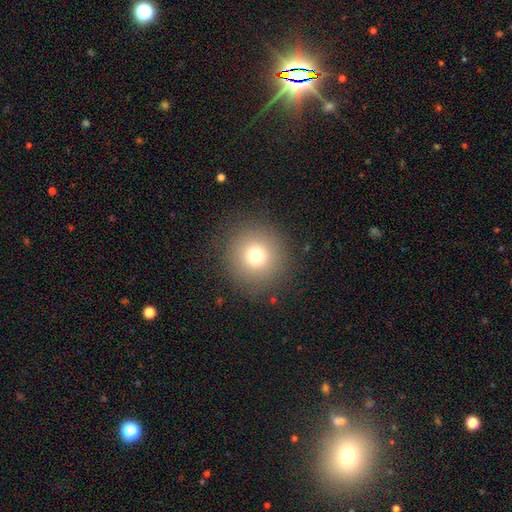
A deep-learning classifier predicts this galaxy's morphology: Smooth or featured?
  - smooth: 74% *
  - star or artifact: 16%
  - featured or disk: 11%
How rounded?
  - round: 95% *
  - in between: 4%
  - cigar-shaped: 1%
Merging?
  - none: 89% *
  - minor disturbance: 6%
  - major disturbance: 4%
  - merger: 1%